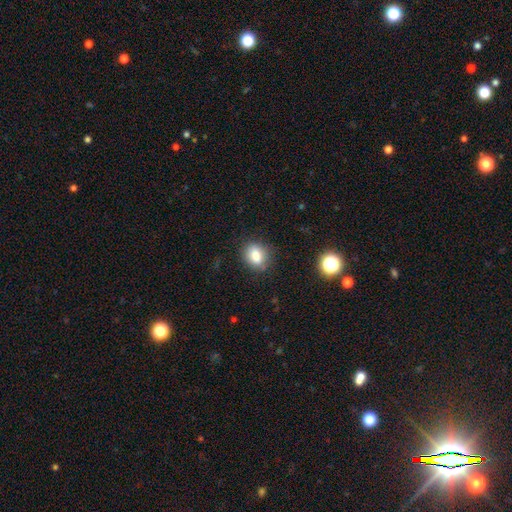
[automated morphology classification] Smooth or featured: smooth — 82% (star or artifact — 10%)
How rounded: in between — 60% (round — 38%)
Merging: none — 82% (minor disturbance — 13%)